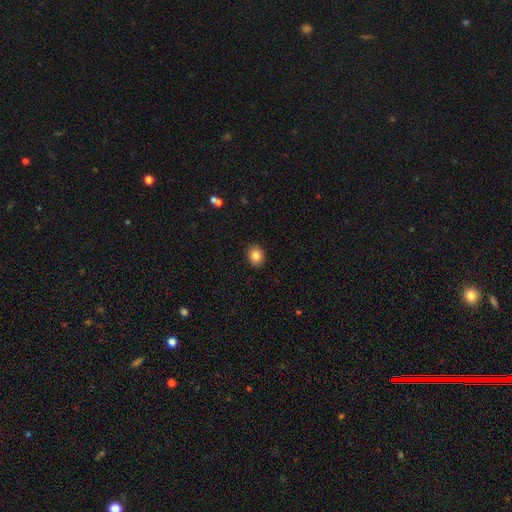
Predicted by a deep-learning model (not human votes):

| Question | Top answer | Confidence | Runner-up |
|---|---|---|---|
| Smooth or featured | smooth | 84% | star or artifact (10%) |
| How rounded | round | 68% | in between (31%) |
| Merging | none | 91% | minor disturbance (6%) |